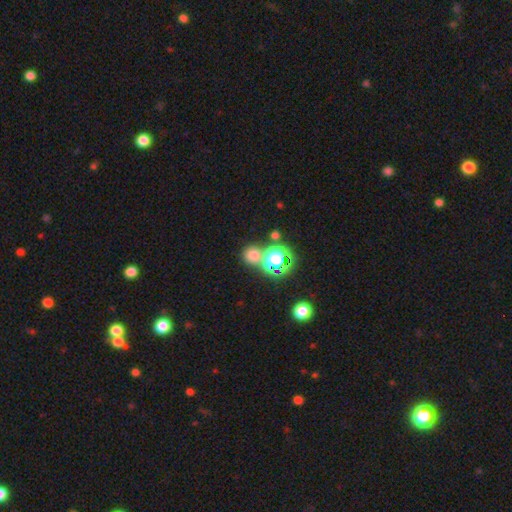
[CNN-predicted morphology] This is possibly a smooth galaxy (51%). How rounded: clearly round (87%). Merging: likely none (71%).